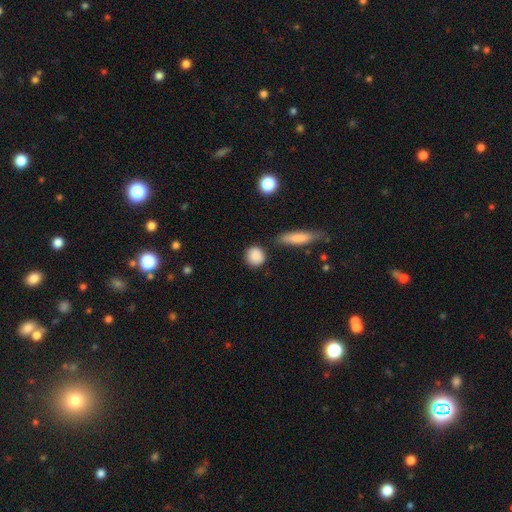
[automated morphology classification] smooth 88%, star or artifact 7%, featured or disk 5%. Down the decision tree: how rounded — round (81%); merging — none (80%).